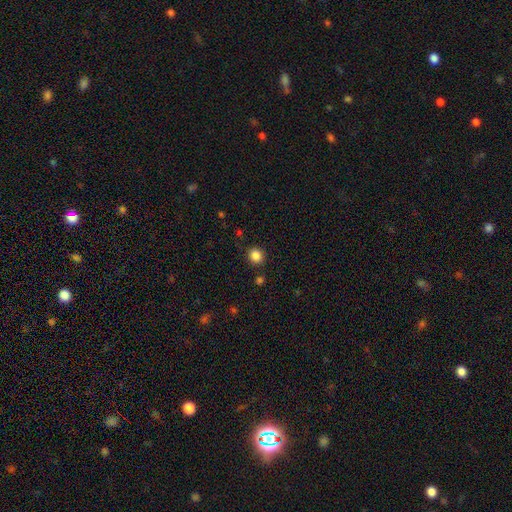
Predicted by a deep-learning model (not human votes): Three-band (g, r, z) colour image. It shows a smooth galaxy with no disk features (85%) that is round (84%). Merging: none (88%).